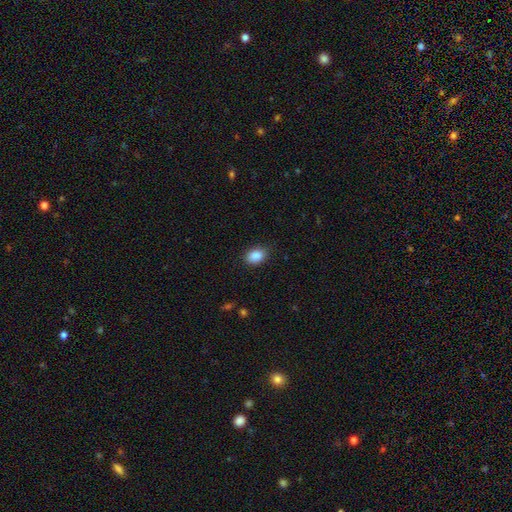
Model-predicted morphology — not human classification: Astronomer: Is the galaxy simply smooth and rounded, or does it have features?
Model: smooth — 88%.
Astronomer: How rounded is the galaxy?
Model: in between — 77%.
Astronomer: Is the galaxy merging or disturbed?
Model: none — 83%.